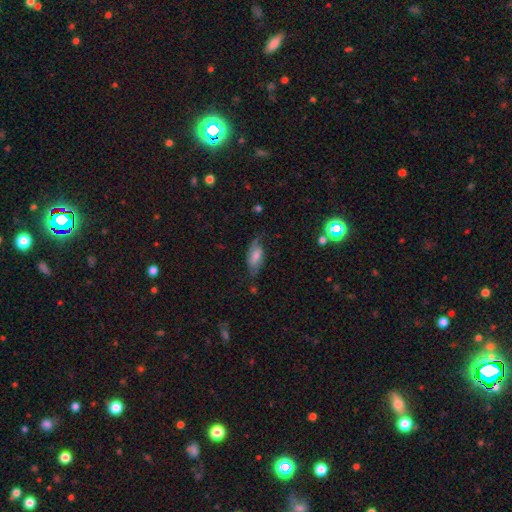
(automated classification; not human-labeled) Q: Smooth or featured?
A: featured or disk (53%); runner-up: smooth (37%)
Q: Edge-on disk?
A: no (89%); runner-up: yes (11%)
Q: Merging?
A: none (62%); runner-up: minor disturbance (24%)